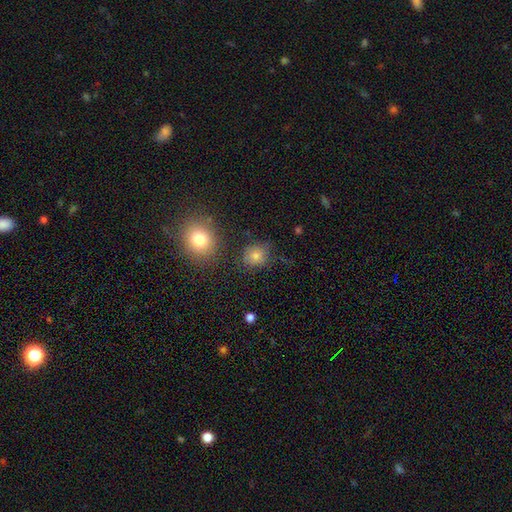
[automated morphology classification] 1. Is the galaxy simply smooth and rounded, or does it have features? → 75% smooth, 16% star or artifact, 9% featured or disk.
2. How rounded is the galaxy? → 78% round, 21% in between, 1% cigar-shaped.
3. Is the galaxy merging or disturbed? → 79% none, 13% minor disturbance, 4% major disturbance, 3% merger.